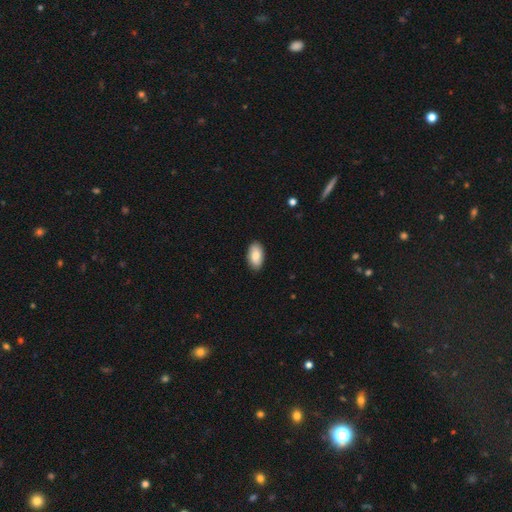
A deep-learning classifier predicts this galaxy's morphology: smooth 81%, featured or disk 13%, star or artifact 6%. Down the decision tree: how rounded — in between (94%); merging — none (88%).